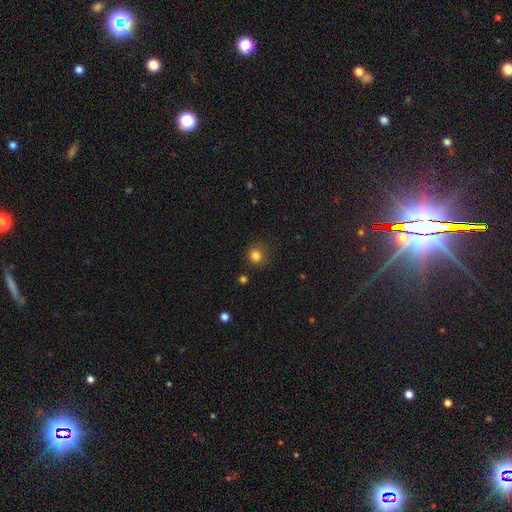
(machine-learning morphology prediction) type=smooth (82%); roundness=round (88%); merging=none (81%).